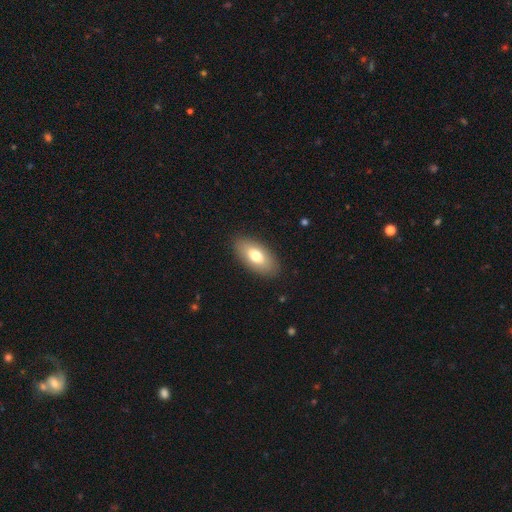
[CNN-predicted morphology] A smooth galaxy with no disk features (73%) that is in between round and cigar-shaped (91%).

Vote fractions:
- Smooth or featured? smooth: 73% / featured or disk: 21% / star or artifact: 7%
- How rounded? in between: 91% / cigar-shaped: 5% / round: 3%
- Merging? none: 88% / minor disturbance: 9% / major disturbance: 2% / merger: 1%